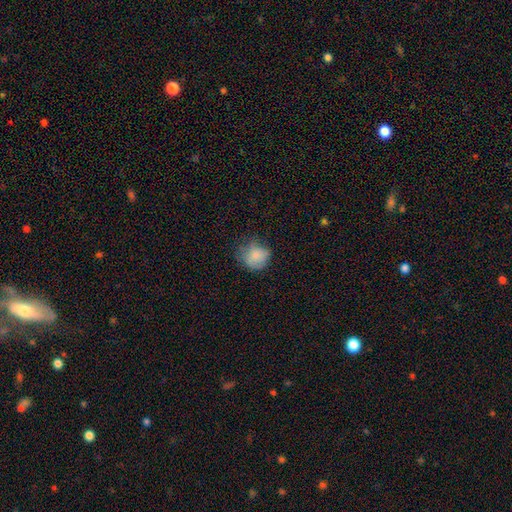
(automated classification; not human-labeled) smooth 82%, featured or disk 9%, star or artifact 9%. Down the decision tree: how rounded — round (80%); merging — none (59%).